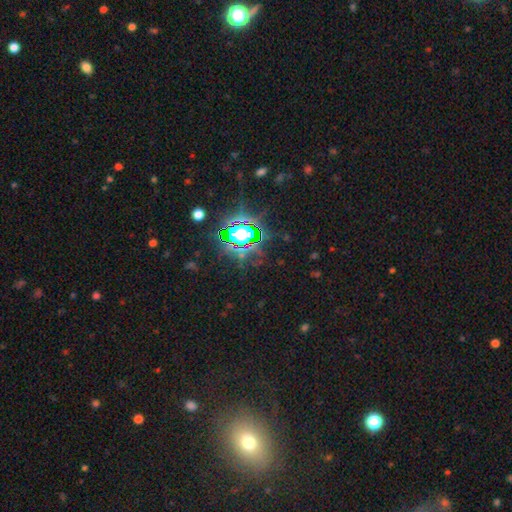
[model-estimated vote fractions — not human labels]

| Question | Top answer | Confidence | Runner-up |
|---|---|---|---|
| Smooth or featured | star or artifact | 81% | smooth (11%) |